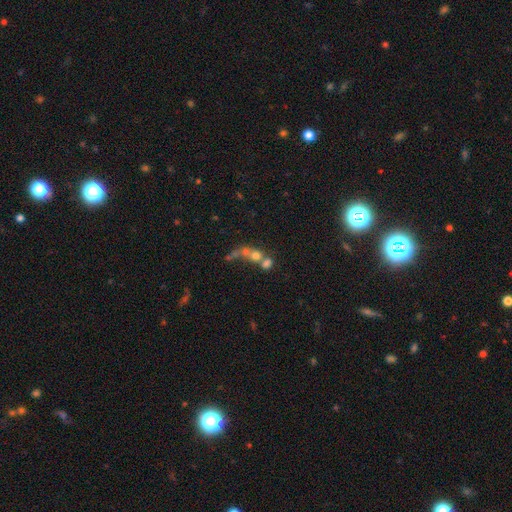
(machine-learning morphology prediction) A smooth galaxy with no disk features (56%) that is round (62%). Merging: merger (62%).